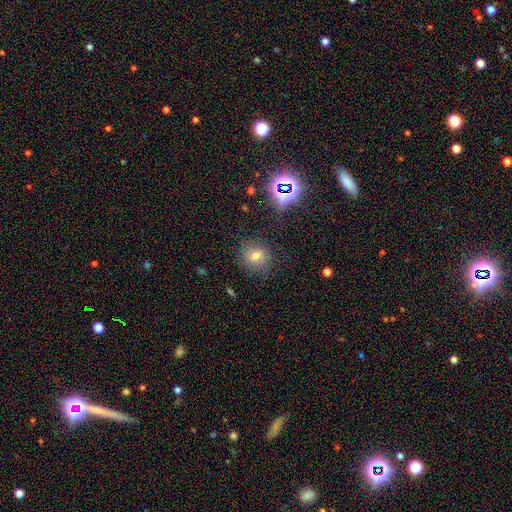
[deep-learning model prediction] Smooth or featured? smooth (61%)
How rounded? round (76%)
Merging? none (79%)